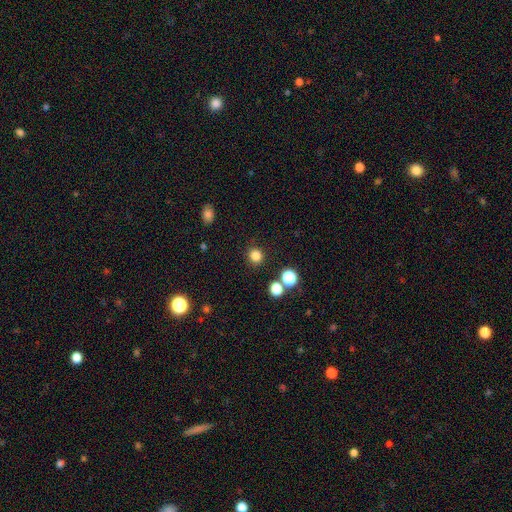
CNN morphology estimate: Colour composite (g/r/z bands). It shows a smooth galaxy with no disk features (82%) that is round (92%). Merging: none (88%).